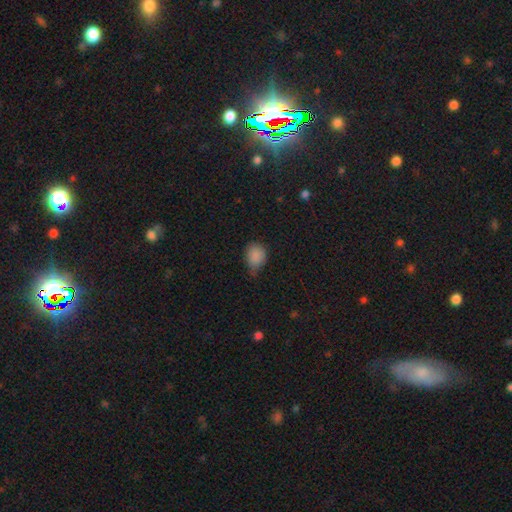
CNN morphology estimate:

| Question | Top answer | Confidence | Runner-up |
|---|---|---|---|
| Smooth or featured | smooth | 86% | star or artifact (9%) |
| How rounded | in between | 51% | round (48%) |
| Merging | none | 49% | minor disturbance (41%) |